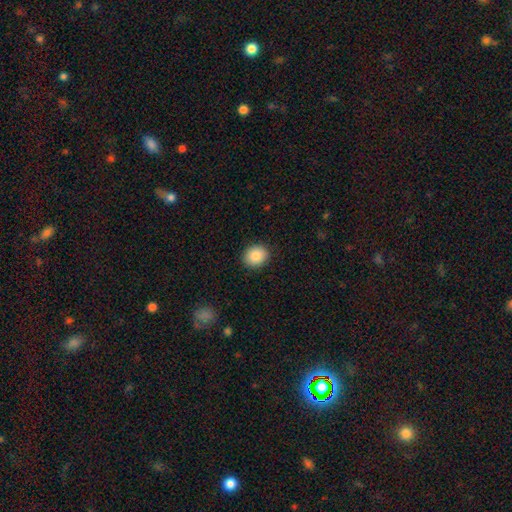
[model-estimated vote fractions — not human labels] Overall: smooth (87%). How rounded: round (65%; in between 34%). Merging: none (90%).